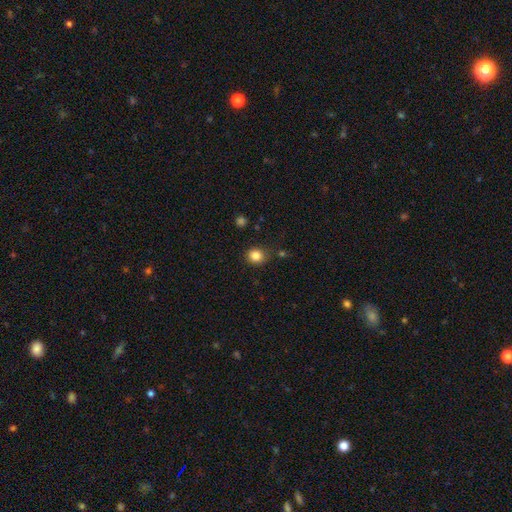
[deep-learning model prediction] Q: Smooth or featured?
A: smooth (84%); runner-up: star or artifact (11%)
Q: How rounded?
A: round (81%); runner-up: in between (19%)
Q: Merging?
A: none (82%); runner-up: minor disturbance (12%)